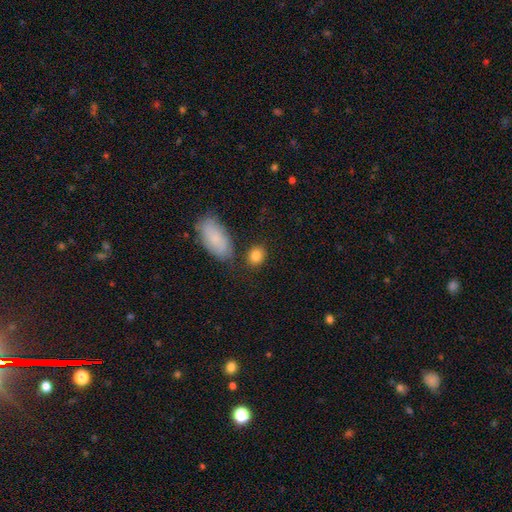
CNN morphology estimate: type=smooth (84%); roundness=in between (50%); merging=none (77%).